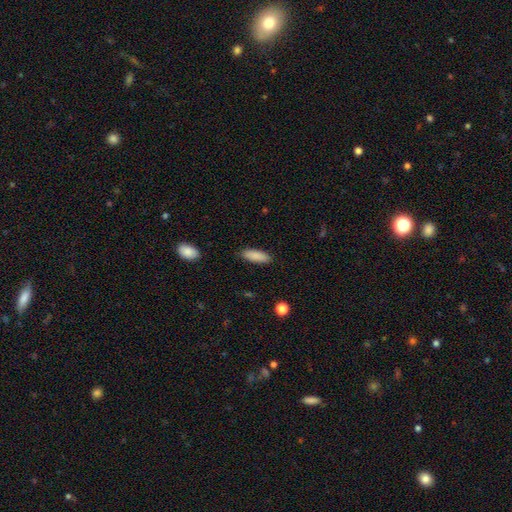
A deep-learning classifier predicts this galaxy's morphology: smooth_or_featured: smooth (p=0.88) [alt: star or artifact p=0.06]
how_rounded: in between (p=0.58) [alt: cigar-shaped p=0.41]
merging: none (p=0.88) [alt: minor disturbance p=0.09]